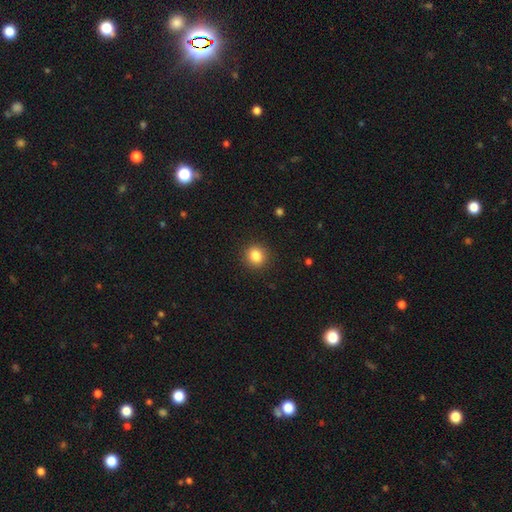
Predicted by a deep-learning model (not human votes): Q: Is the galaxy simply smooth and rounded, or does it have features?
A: smooth — 84%.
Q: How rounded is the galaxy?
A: round — 84%.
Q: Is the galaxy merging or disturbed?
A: none — 91%.